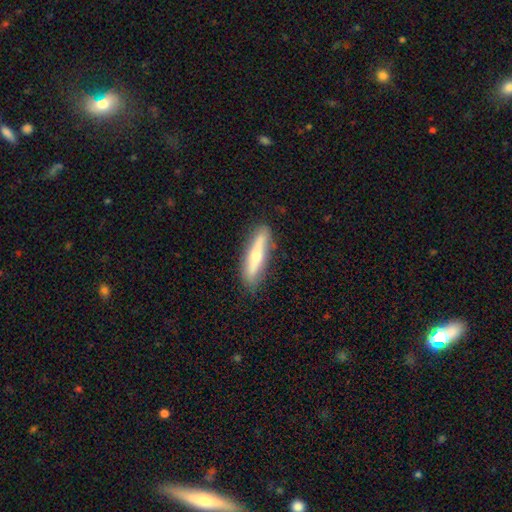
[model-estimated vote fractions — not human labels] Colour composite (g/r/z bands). It shows a smooth galaxy with no disk features (50%). Merging: none (83%).